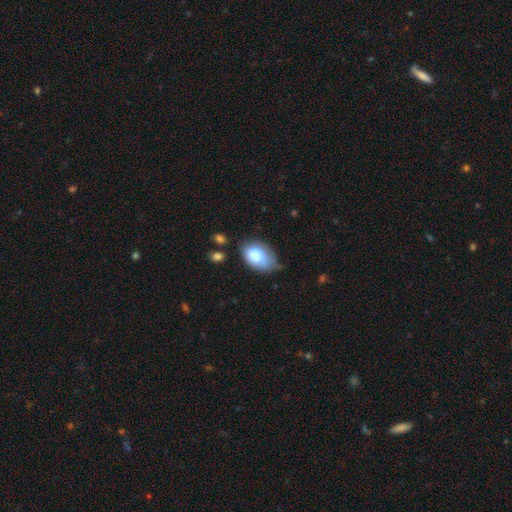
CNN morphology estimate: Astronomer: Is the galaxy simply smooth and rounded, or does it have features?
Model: smooth — 79%.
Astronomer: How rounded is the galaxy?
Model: in between — 89%.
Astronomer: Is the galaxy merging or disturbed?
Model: none — 45% (runner-up: minor disturbance, 37%).